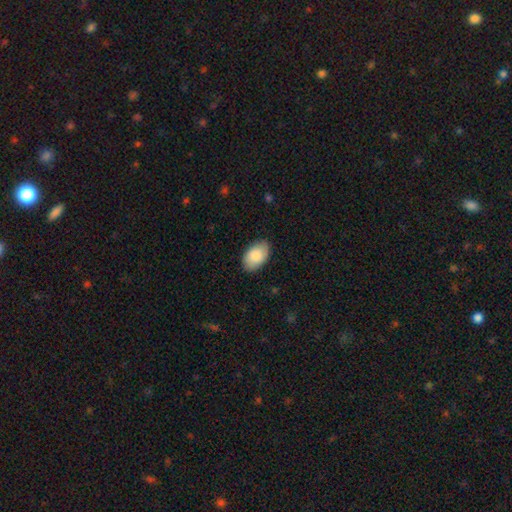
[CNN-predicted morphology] Smooth or featured? smooth (86%)
How rounded? in between (94%)
Merging? none (85%)